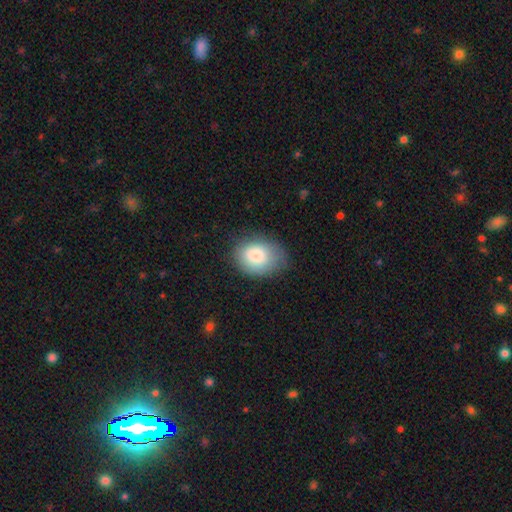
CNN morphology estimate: Smooth or featured: smooth — 84% (featured or disk — 9%)
How rounded: in between — 67% (round — 32%)
Merging: none — 74% (minor disturbance — 19%)